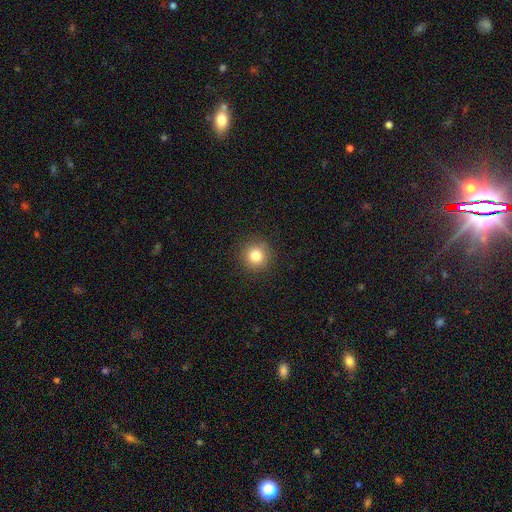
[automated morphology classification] Smooth or featured? Predicted: smooth (p=0.82). How rounded? Predicted: round (p=0.95). Merging? Predicted: none (p=0.91).